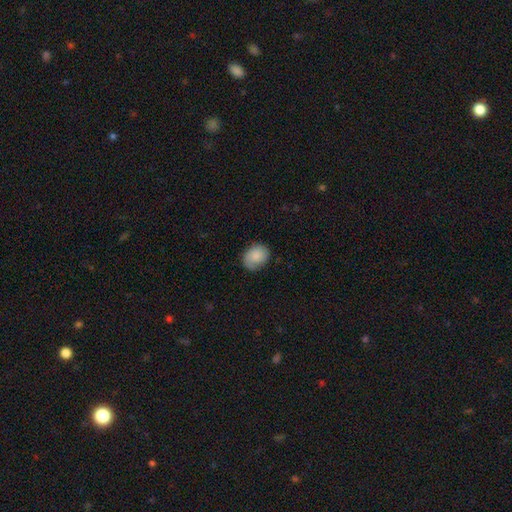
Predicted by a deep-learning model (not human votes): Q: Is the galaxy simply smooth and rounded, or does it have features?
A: smooth — 80%.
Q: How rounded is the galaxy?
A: in between — 53%.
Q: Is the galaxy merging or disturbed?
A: none — 71%.